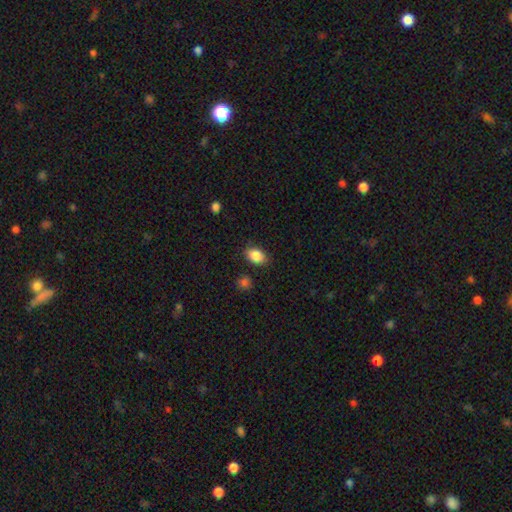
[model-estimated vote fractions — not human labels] Overall: smooth (87%). How rounded: in between (80%). Merging: none (82%).